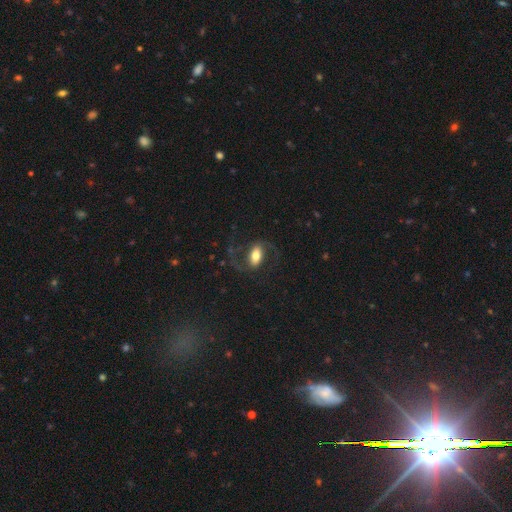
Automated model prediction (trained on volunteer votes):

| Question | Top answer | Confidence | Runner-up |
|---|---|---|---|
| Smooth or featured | featured or disk | 65% | smooth (28%) |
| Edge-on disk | no | 95% | yes (5%) |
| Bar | strong | 37% | weak (36%) |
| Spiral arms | yes | 90% | no (10%) |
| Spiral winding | loose | 56% | medium (37%) |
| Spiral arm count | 2 | 92% | 1 (3%) |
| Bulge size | moderate | 46% | large (34%) |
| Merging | none | 68% | major disturbance (17%) |